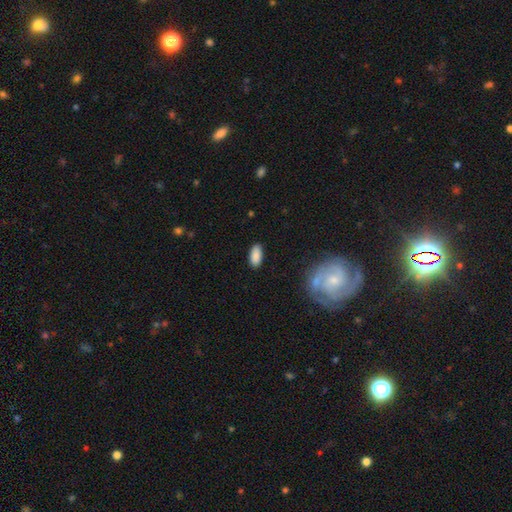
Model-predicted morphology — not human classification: A smooth galaxy with no disk features (89%) that is in between round and cigar-shaped (91%). Merging: none (87%).